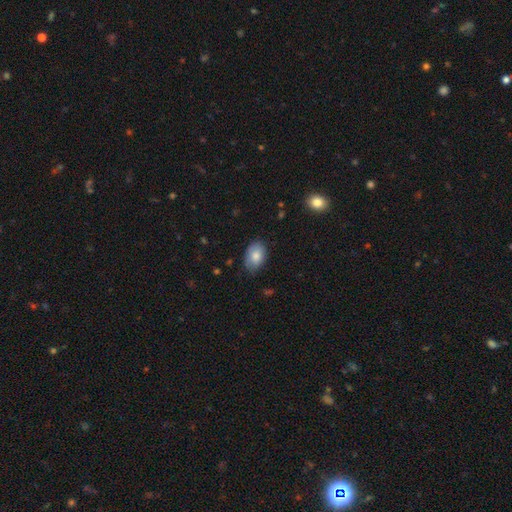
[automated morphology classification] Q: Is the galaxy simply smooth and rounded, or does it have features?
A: smooth — 83%.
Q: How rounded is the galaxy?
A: in between — 87%.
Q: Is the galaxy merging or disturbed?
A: none — 73%.